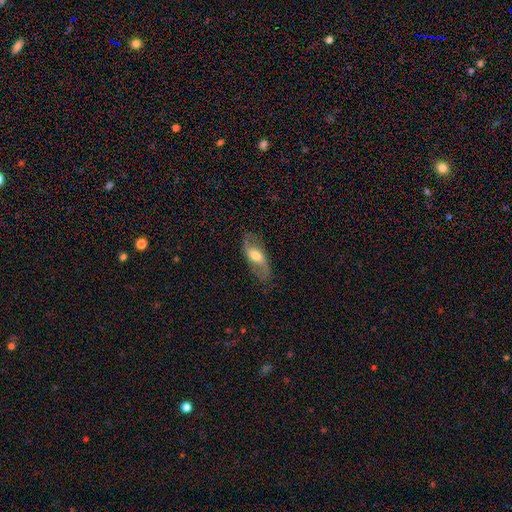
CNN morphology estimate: Smooth or featured?
  - featured or disk: 67% *
  - smooth: 27%
  - star or artifact: 6%
Edge-on disk?
  - no: 88% *
  - yes: 12%
Bar?
  - weak: 43% *
  - no: 35%
  - strong: 23%
Spiral arms?
  - yes: 86% *
  - no: 14%
Spiral winding?
  - loose: 66% *
  - medium: 26%
  - tight: 8%
Spiral arm count?
  - 2: 89% *
  - can't tell: 5%
  - 1: 3%
  - 3: 1%
  - more than 4: 1%
  - 4: 1%
Bulge size?
  - moderate: 64% *
  - small: 18%
  - large: 14%
  - none: 2%
  - dominant: 1%
Merging?
  - none: 76% *
  - minor disturbance: 16%
  - major disturbance: 6%
  - merger: 1%